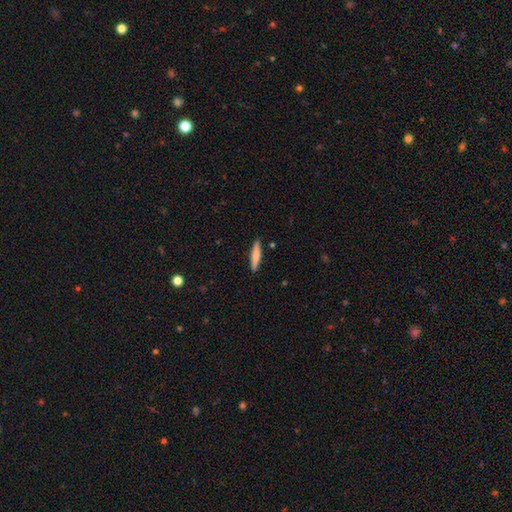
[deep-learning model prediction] This appears to be a smooth galaxy with no disk features (67%) that is cigar-shaped (87%). Merging: none (90%).